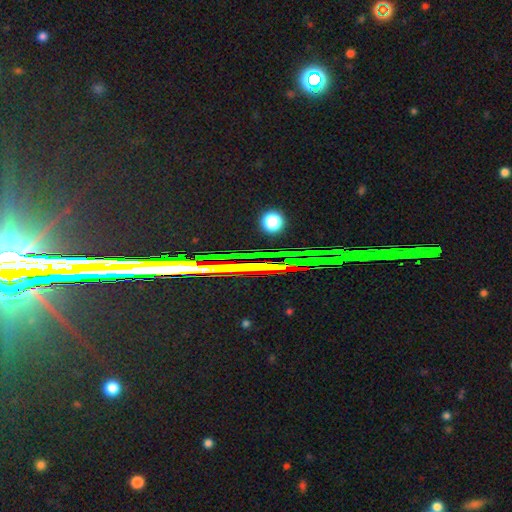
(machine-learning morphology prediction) Smooth or featured?
  - star or artifact: 81% *
  - featured or disk: 12%
  - smooth: 7%